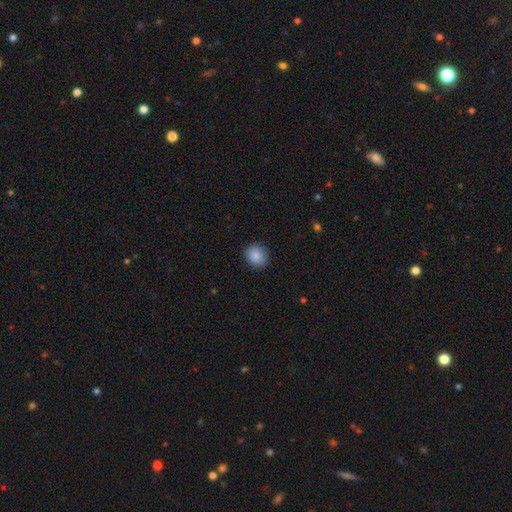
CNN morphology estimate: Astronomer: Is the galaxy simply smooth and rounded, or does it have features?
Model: smooth — 88%.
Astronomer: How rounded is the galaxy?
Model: round — 64%.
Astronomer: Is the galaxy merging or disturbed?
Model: none — 87%.